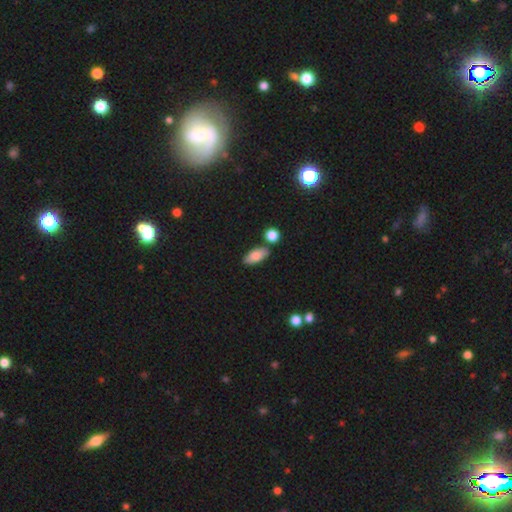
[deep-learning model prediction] smooth 78%, featured or disk 15%, star or artifact 7%. Down the decision tree: how rounded — in between (86%); merging — none (77%).